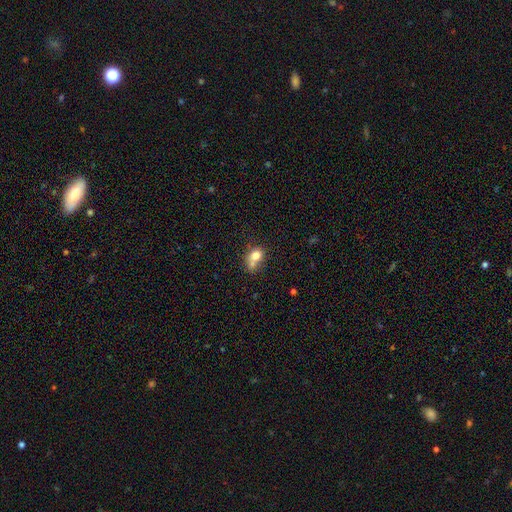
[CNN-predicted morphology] This is likely a smooth galaxy (73%). How rounded: possibly in between (53%). Merging: marginally merger (39%).